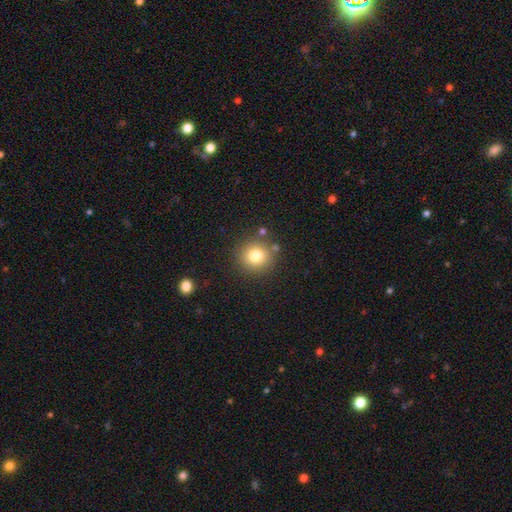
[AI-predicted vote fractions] A smooth galaxy with no disk features (79%) that is round (92%). Merging: none (84%).